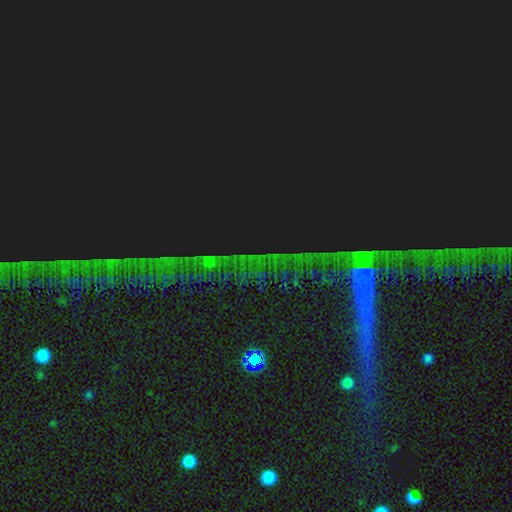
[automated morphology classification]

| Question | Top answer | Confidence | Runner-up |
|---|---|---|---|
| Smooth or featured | star or artifact | 84% | featured or disk (9%) |